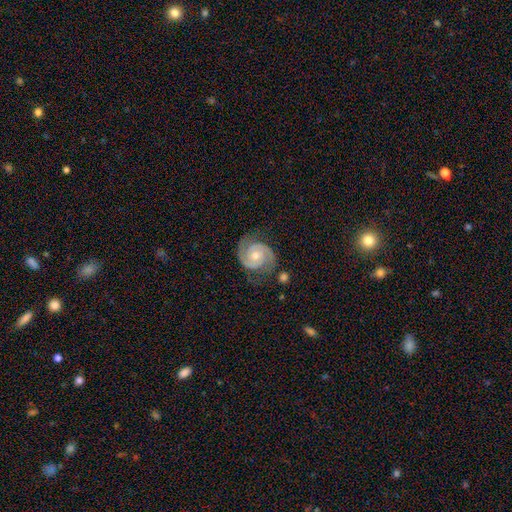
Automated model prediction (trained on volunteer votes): A featured or disk galaxy (90%) with no bar (67%), 2 (92%) tight (57%) spiral arms (98%) and a moderate central bulge (56%). Merging: none (77%).